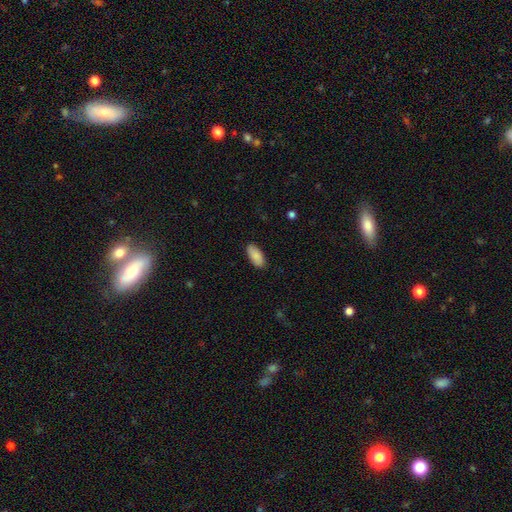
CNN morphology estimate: Smooth or featured? Predicted: smooth (p=0.87). How rounded? Predicted: in between (p=0.91). Merging? Predicted: none (p=0.86).